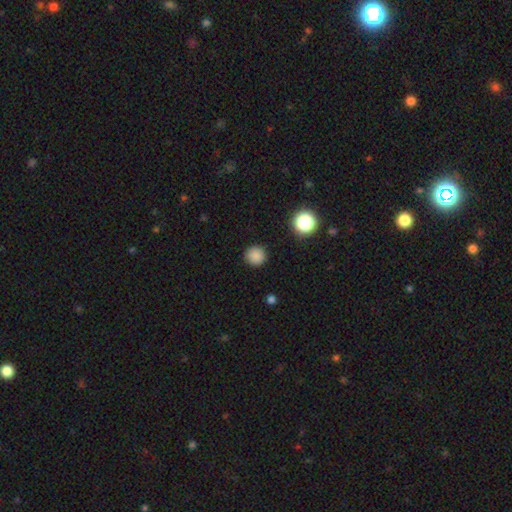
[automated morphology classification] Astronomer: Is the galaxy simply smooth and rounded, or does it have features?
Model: smooth — 85%.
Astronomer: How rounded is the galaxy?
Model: round — 94%.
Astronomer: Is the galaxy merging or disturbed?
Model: none — 91%.